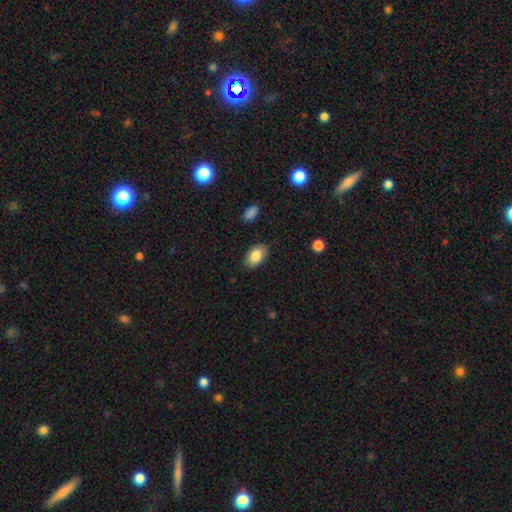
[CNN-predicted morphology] Overall: smooth (85%). How rounded: in between (92%). Merging: none (86%).